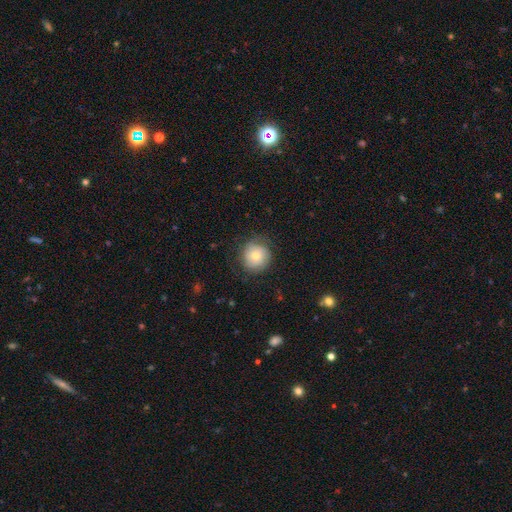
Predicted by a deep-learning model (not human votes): smooth-or-featured: smooth: 57% | featured or disk: 35% | star or artifact: 8%
  how-rounded: round: 91% | in between: 8% | cigar-shaped: 1%
  merging: none: 76% | minor disturbance: 16% | major disturbance: 7% | merger: 1%